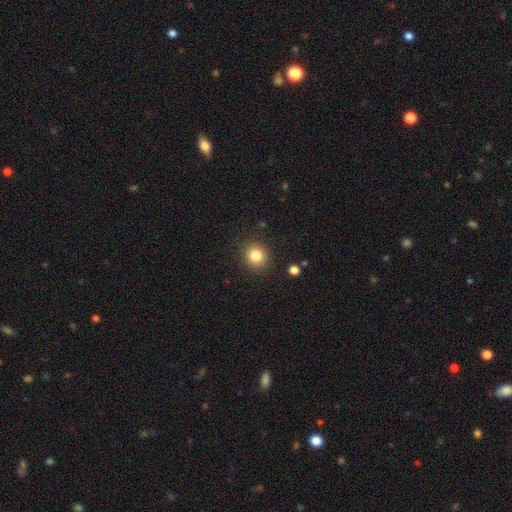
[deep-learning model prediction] A smooth galaxy with no disk features (83%) that is round (87%).

Vote fractions:
- Smooth or featured? smooth: 83% / star or artifact: 11% / featured or disk: 7%
- How rounded? round: 87% / in between: 13% / cigar-shaped: 1%
- Merging? none: 89% / minor disturbance: 7% / major disturbance: 2% / merger: 2%